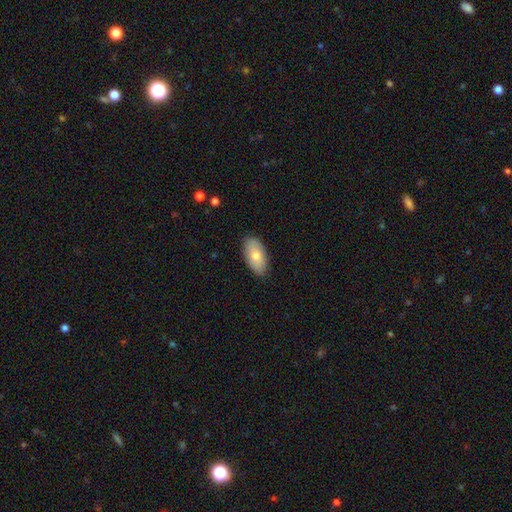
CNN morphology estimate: smooth-or-featured: smooth: 72% | featured or disk: 21% | star or artifact: 7%
  how-rounded: in between: 93% | cigar-shaped: 4% | round: 3%
  merging: none: 86% | minor disturbance: 11% | major disturbance: 2% | merger: 1%